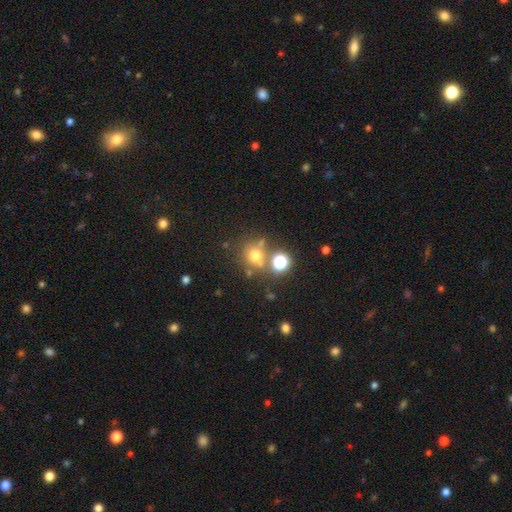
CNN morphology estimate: A smooth galaxy with no disk features (65%) that is round (84%).

Vote fractions:
- Smooth or featured? smooth: 65% / star or artifact: 23% / featured or disk: 12%
- How rounded? round: 84% / in between: 15% / cigar-shaped: 1%
- Merging? none: 64% / merger: 20% / minor disturbance: 11% / major disturbance: 5%